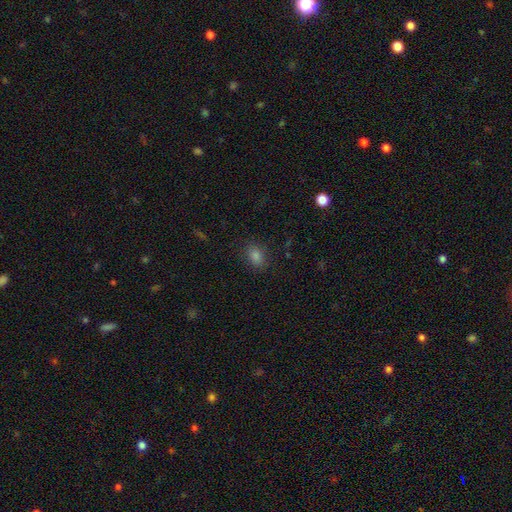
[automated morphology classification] type=smooth (79%); roundness=in between (70%); merging=none (86%).